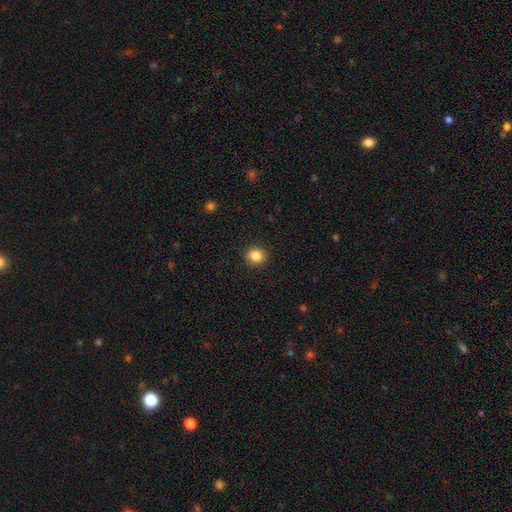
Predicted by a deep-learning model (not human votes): This is clearly a smooth galaxy (85%). How rounded: clearly round (82%). Merging: clearly none (92%).